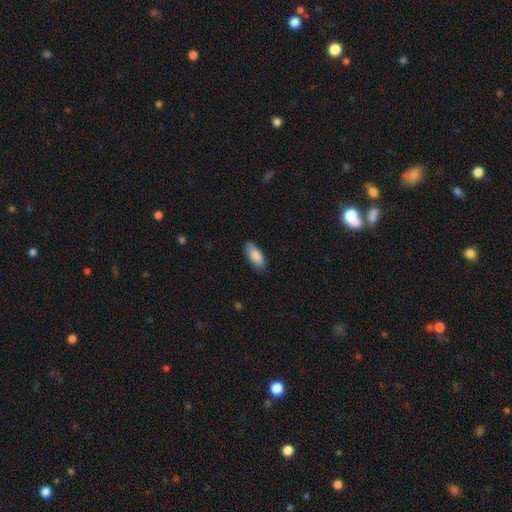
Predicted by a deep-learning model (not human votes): Q: Smooth or featured?
A: smooth (86%); runner-up: featured or disk (8%)
Q: How rounded?
A: in between (82%); runner-up: cigar-shaped (17%)
Q: Merging?
A: none (86%); runner-up: minor disturbance (11%)